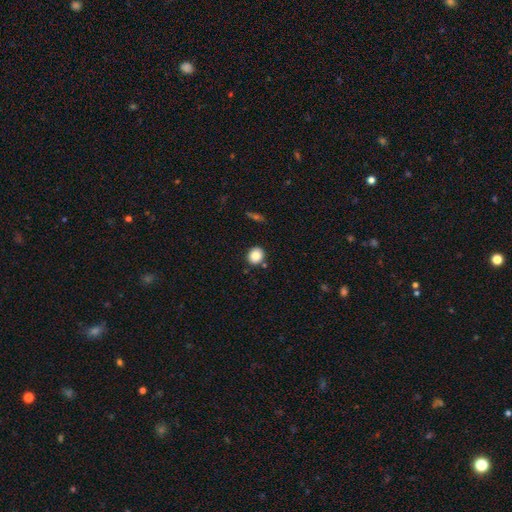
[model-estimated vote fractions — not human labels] This appears to be a smooth galaxy with no disk features (85%) that is round (81%). Merging: none (85%).